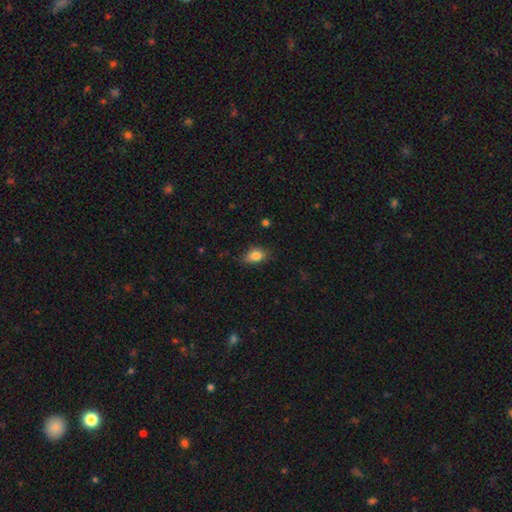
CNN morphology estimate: smooth 82%, star or artifact 9%, featured or disk 8%. Down the decision tree: how rounded — in between (74%); merging — none (64%).